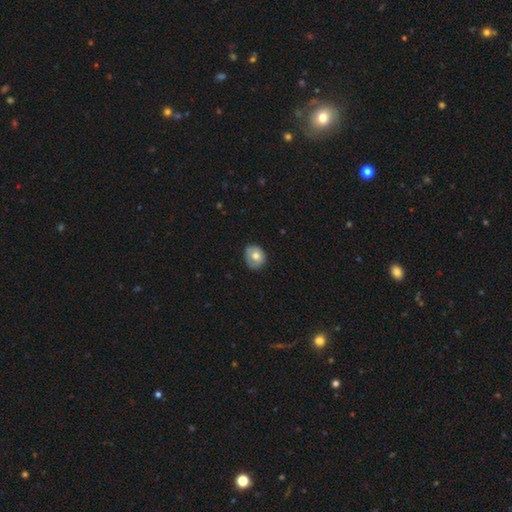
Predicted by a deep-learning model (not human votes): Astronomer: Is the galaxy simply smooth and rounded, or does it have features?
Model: smooth — 68%.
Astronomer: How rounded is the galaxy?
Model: round — 67%.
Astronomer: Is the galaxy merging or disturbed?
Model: none — 69%.